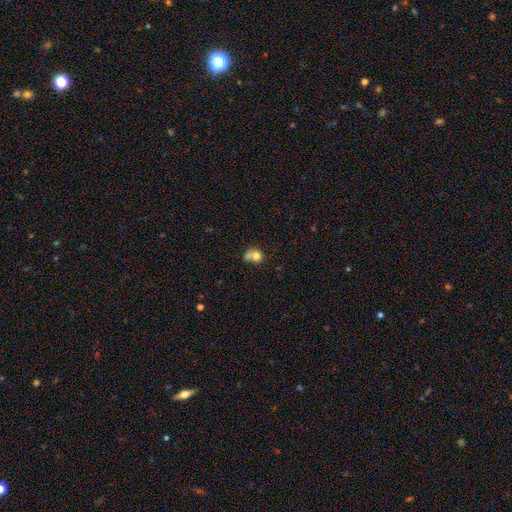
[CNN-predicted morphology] Smooth or featured? smooth (75%)
How rounded? round (70%)
Merging? merger (39%)